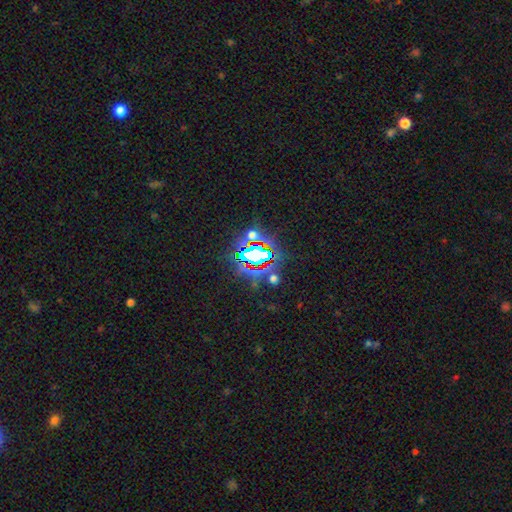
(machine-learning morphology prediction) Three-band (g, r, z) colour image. It shows a star or artifact, not a galaxy (71%).